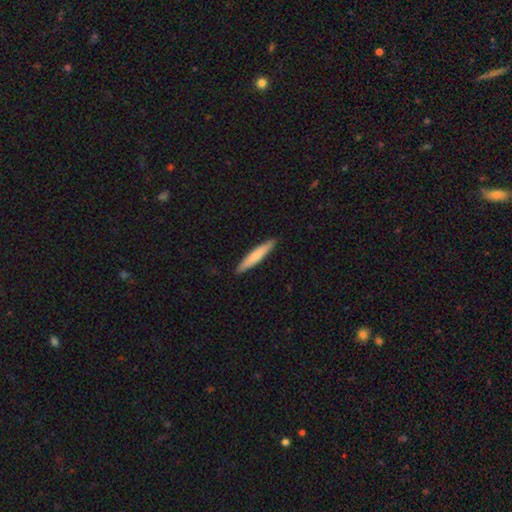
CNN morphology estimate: Smooth or featured?
  - smooth: 71% *
  - featured or disk: 24%
  - star or artifact: 5%
How rounded?
  - cigar-shaped: 93% *
  - in between: 6%
  - round: 1%
Merging?
  - none: 91% *
  - minor disturbance: 7%
  - major disturbance: 1%
  - merger: 1%